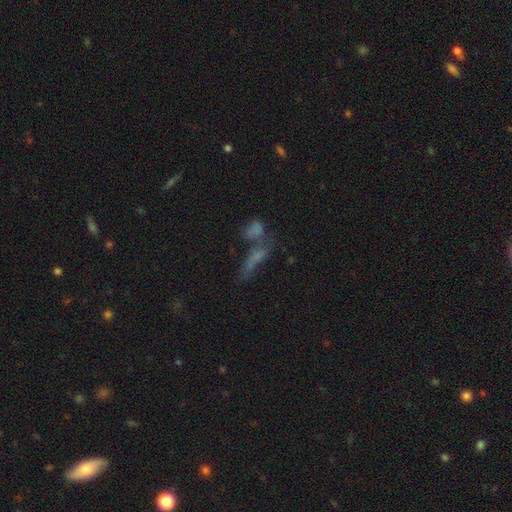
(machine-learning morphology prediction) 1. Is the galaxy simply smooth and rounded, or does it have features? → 44% smooth, 30% featured or disk, 26% star or artifact.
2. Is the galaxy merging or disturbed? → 44% merger, 34% none, 11% minor disturbance, 10% major disturbance.